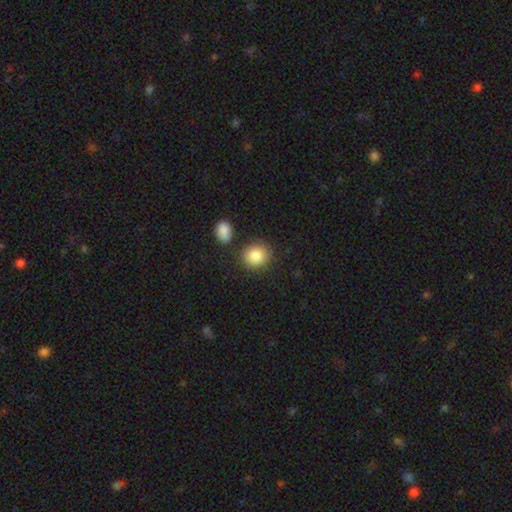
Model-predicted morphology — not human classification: The model was most divided on "how rounded": round: 71%, in between: 28%, cigar-shaped: 1%. More confident: smooth or featured — smooth (86%); merging — none (78%).